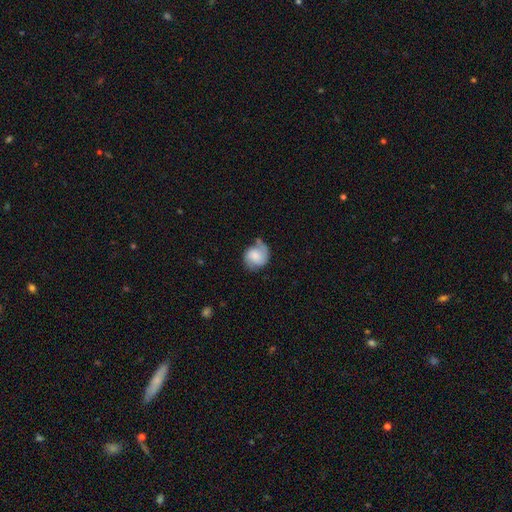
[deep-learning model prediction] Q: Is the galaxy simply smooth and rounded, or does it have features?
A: smooth — 53%.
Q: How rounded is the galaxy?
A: round — 73%.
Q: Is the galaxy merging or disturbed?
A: none — 47%.